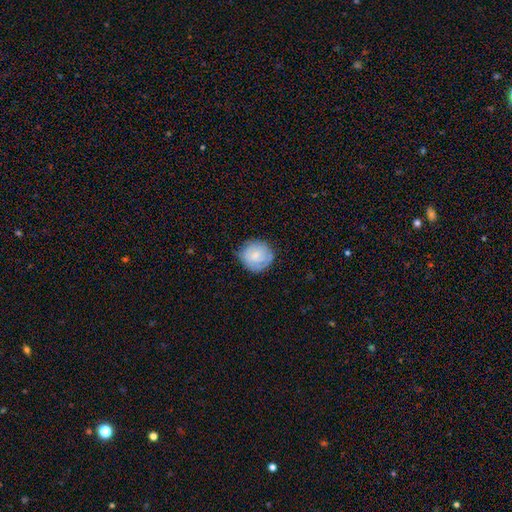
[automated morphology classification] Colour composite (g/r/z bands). It shows a smooth galaxy with no disk features (58%) that is round (87%). Merging: none (72%).